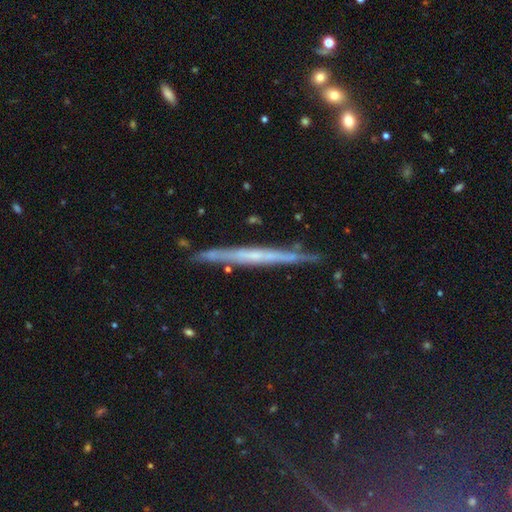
This appears to be a featured or disk galaxy (67%) viewed edge-on (92%) with no central bulge (83%). Merging: none (89%).